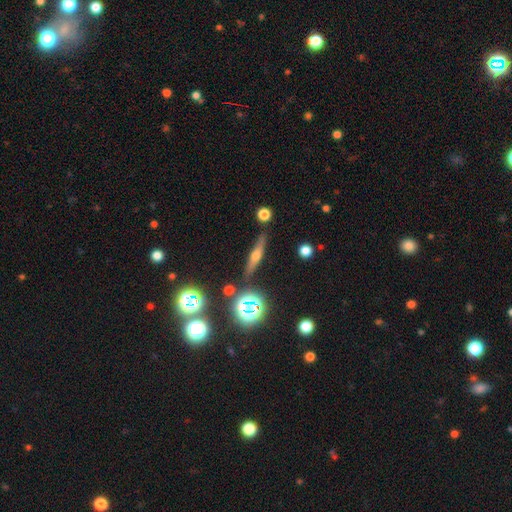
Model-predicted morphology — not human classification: This is possibly a featured or disk galaxy (51%). It is clearly viewed edge-on (92%). Merging: clearly none (85%).